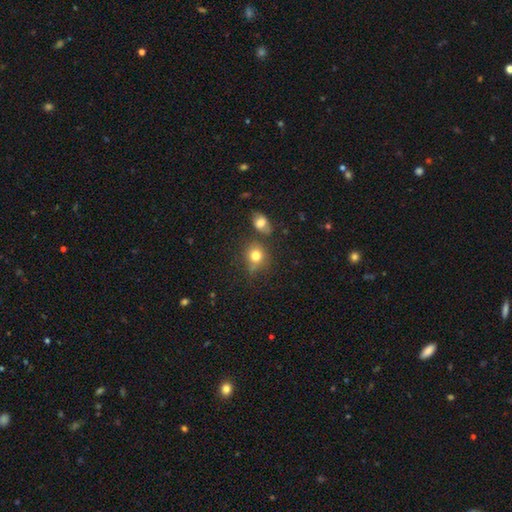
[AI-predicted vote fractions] This is likely a smooth galaxy (78%). How rounded: likely round (75%). Merging: likely none (65%).